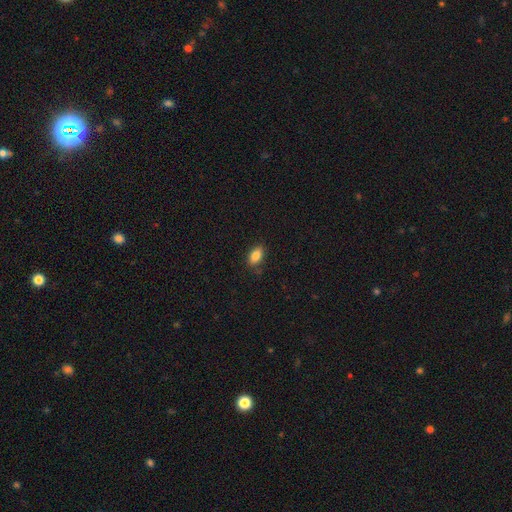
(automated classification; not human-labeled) Smooth or featured?
  - smooth: 86% *
  - star or artifact: 8%
  - featured or disk: 5%
How rounded?
  - in between: 91% *
  - round: 6%
  - cigar-shaped: 3%
Merging?
  - none: 85% *
  - minor disturbance: 11%
  - major disturbance: 2%
  - merger: 1%